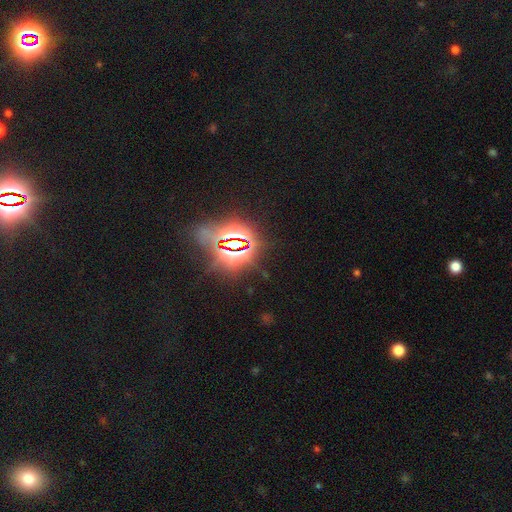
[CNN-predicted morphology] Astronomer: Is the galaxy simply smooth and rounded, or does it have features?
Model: star or artifact — 81%.